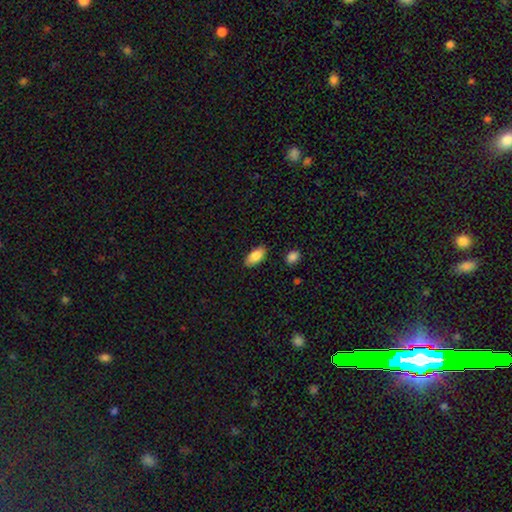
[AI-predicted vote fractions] This appears to be a smooth galaxy with no disk features (86%) that is in between round and cigar-shaped (92%). Merging: none (85%).